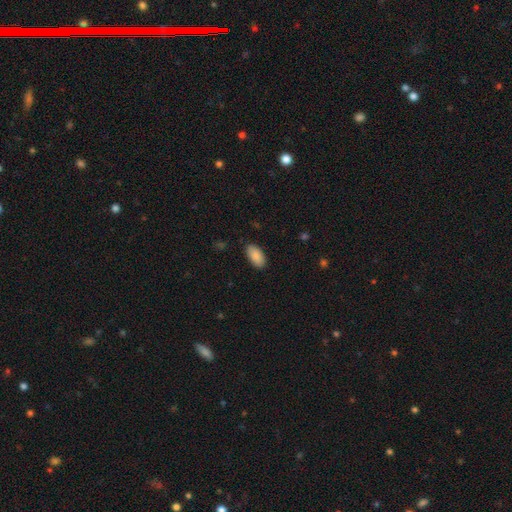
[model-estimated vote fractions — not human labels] A smooth galaxy with no disk features (89%) that is in between round and cigar-shaped (95%).

Vote fractions:
- Smooth or featured? smooth: 89% / star or artifact: 6% / featured or disk: 5%
- How rounded? in between: 95% / cigar-shaped: 3% / round: 2%
- Merging? none: 86% / minor disturbance: 10% / major disturbance: 2% / merger: 1%